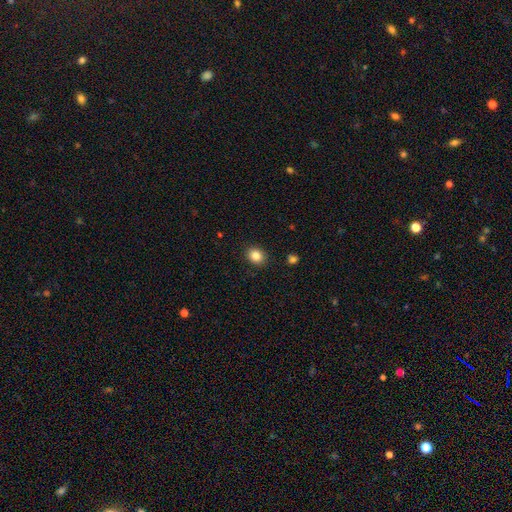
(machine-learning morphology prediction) Q: Smooth or featured?
A: smooth (84%); runner-up: star or artifact (10%)
Q: How rounded?
A: round (59%); runner-up: in between (40%)
Q: Merging?
A: none (90%); runner-up: minor disturbance (7%)